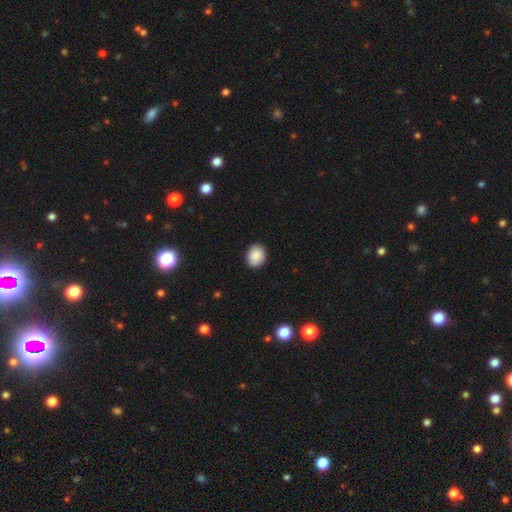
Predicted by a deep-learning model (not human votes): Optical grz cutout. It shows a smooth galaxy with no disk features (89%) that is round (53%). Merging: none (88%).